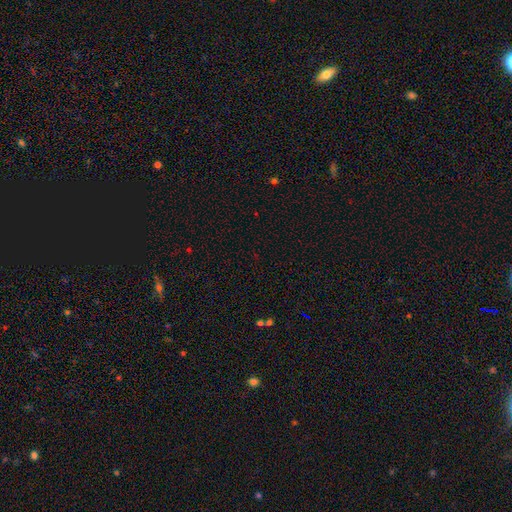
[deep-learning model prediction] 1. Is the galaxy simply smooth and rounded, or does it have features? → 68% star or artifact, 25% smooth, 7% featured or disk.